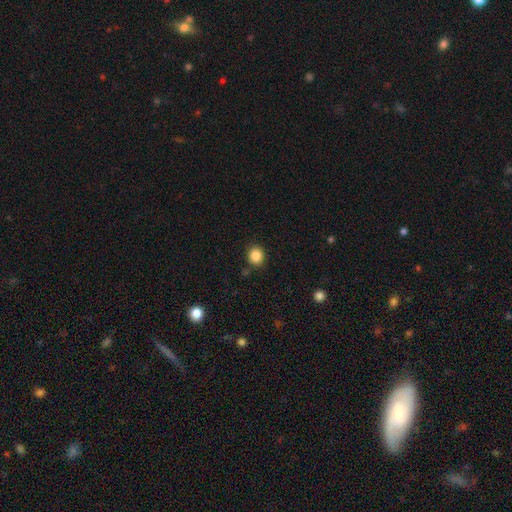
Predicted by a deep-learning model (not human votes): This appears to be a smooth galaxy with no disk features (86%) that is round (83%). Merging: none (88%).